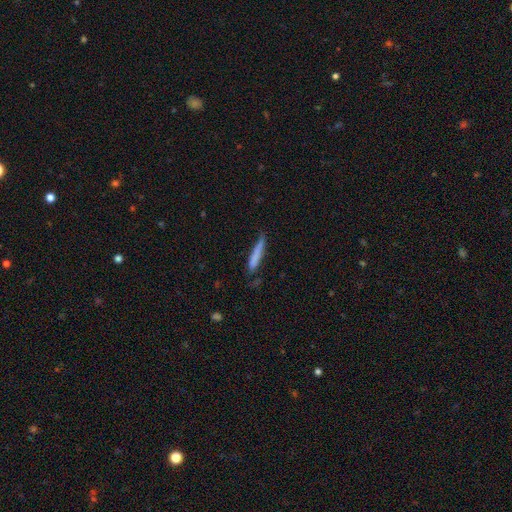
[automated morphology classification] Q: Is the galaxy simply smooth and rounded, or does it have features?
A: smooth — 75%.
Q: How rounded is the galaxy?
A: cigar-shaped — 93%.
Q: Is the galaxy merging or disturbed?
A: none — 62%.